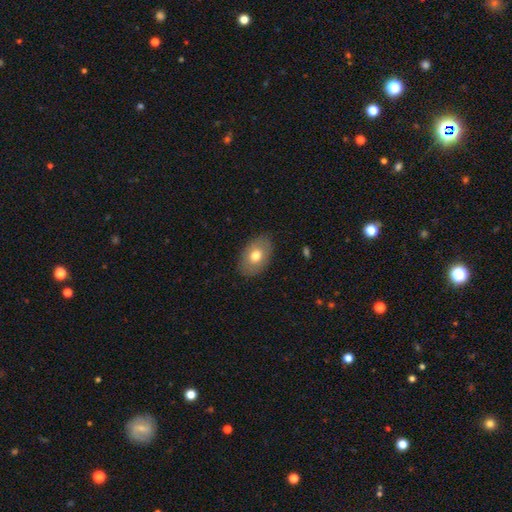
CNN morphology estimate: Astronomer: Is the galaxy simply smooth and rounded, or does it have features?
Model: smooth — 73%.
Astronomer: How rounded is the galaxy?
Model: in between — 85%.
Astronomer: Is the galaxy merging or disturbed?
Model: none — 86%.